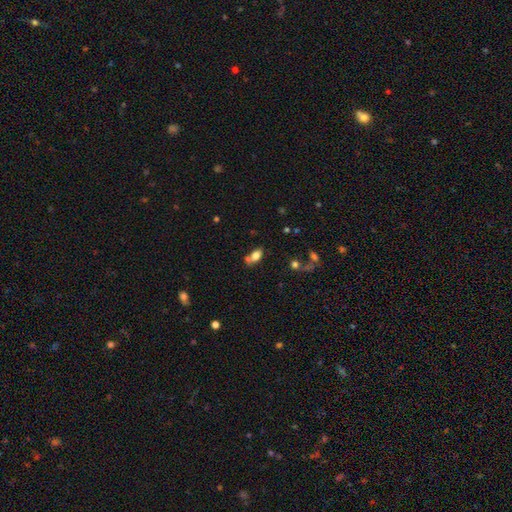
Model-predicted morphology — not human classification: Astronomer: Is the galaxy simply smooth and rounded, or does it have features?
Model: smooth — 76%.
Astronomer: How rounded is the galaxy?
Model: in between — 88%.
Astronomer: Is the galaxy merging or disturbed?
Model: none — 52%.